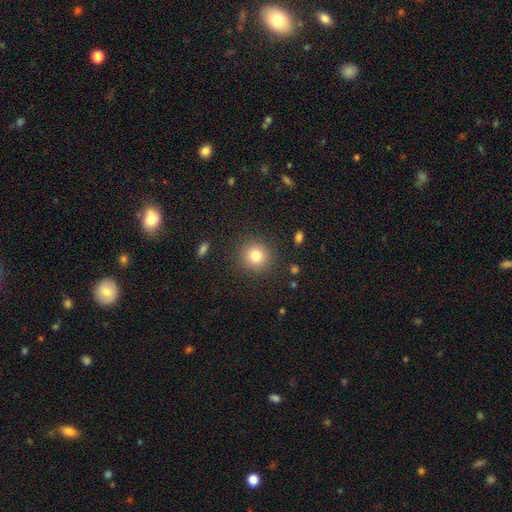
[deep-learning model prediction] The model was most divided on "smooth or featured": smooth: 81%, star or artifact: 11%, featured or disk: 8%. More confident: how rounded — round (91%); merging — none (89%).